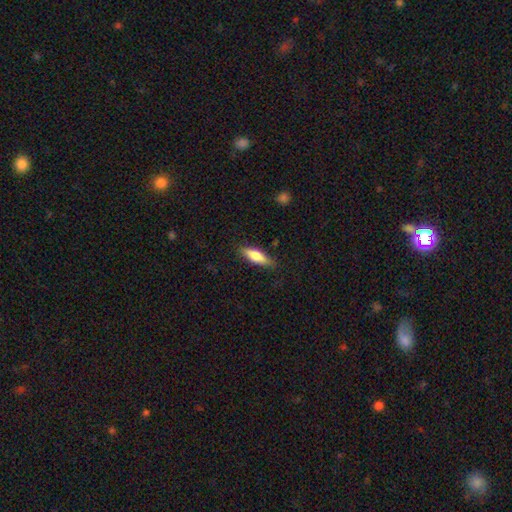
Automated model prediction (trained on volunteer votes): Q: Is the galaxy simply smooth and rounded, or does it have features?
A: smooth — 73%.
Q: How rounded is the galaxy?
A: in between — 55%.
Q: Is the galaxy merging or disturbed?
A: none — 82%.